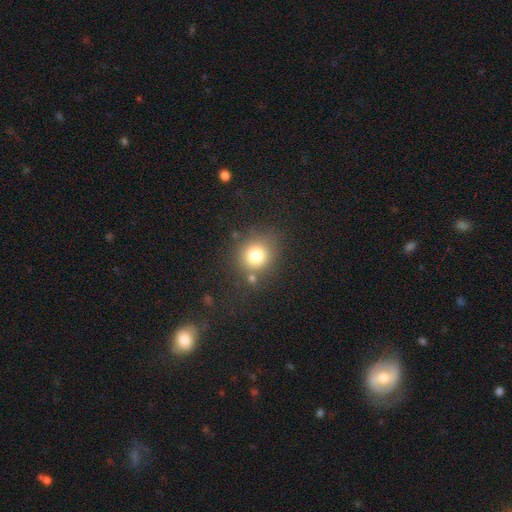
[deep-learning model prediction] This appears to be a smooth galaxy with no disk features (78%) that is round (83%). Merging: none (70%).